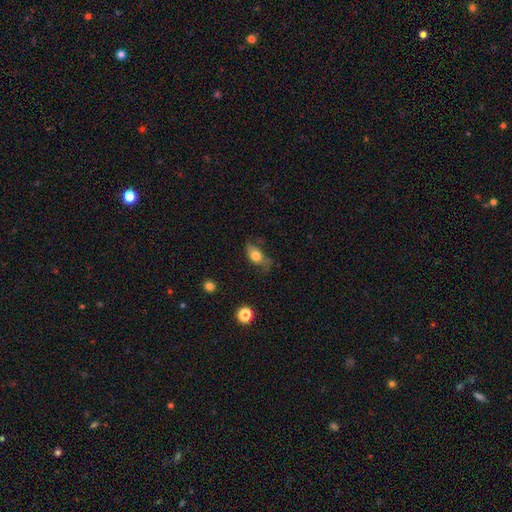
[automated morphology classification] Overall: smooth (73%). How rounded: in between (82%). Merging: none (52%; minor disturbance 31%).